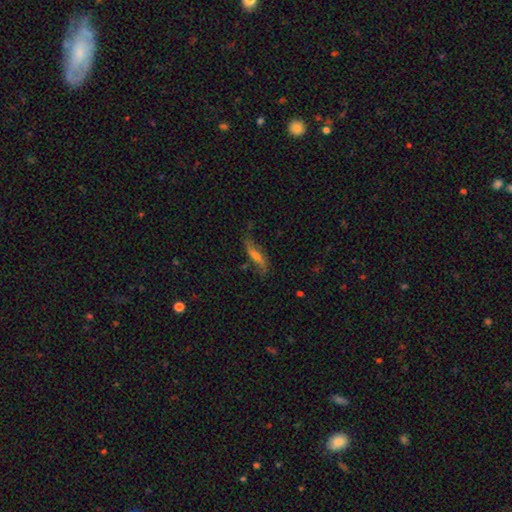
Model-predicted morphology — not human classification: This appears to be a featured or disk galaxy (54%). Merging: none (63%).